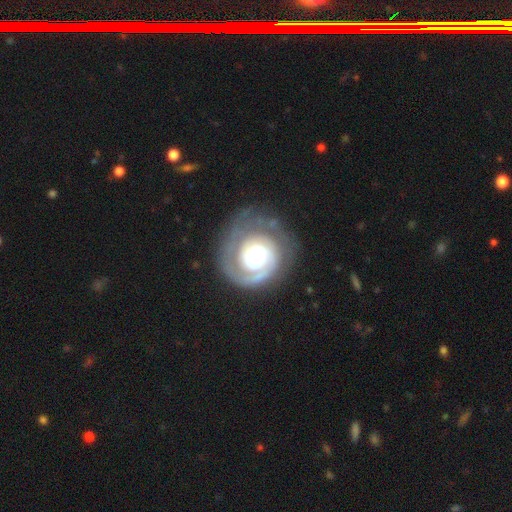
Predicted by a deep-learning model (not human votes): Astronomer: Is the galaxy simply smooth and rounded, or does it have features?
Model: featured or disk — 82%.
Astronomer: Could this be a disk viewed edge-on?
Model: no — 98%.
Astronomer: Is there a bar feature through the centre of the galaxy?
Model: no — 79%.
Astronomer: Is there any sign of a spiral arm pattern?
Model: yes — 93%.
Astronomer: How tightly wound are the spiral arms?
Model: tight — 71%.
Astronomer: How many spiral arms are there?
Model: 1 — 34% (runner-up: 2, 29%).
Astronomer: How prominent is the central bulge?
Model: small — 36% (runner-up: moderate, 28%).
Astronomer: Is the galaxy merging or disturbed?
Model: none — 66%.